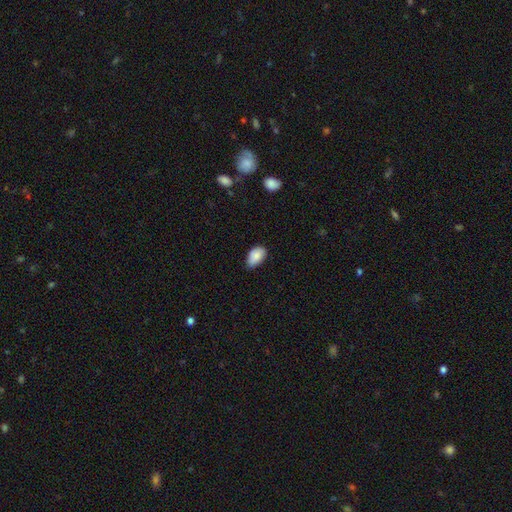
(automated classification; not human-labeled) Overall: smooth (87%). How rounded: in between (92%). Merging: none (68%).